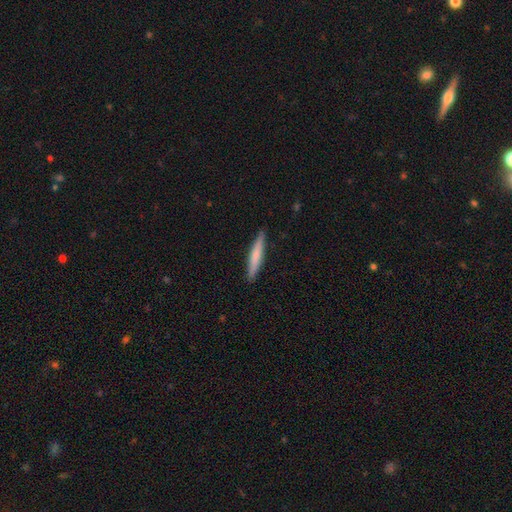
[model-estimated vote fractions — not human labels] Overall: smooth (69%). How rounded: cigar-shaped (94%). Merging: none (90%).